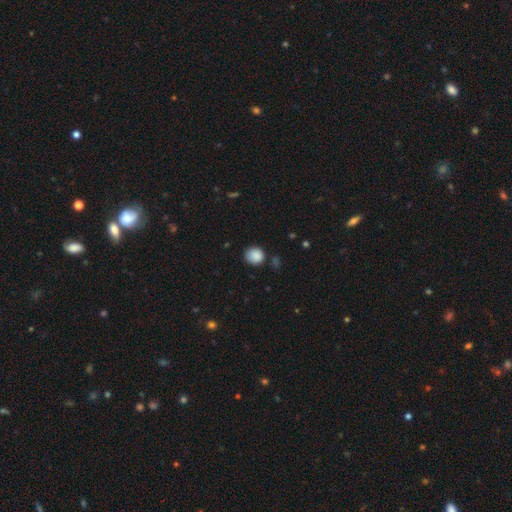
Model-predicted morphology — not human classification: Overall: smooth (88%). How rounded: round (84%). Merging: none (79%).